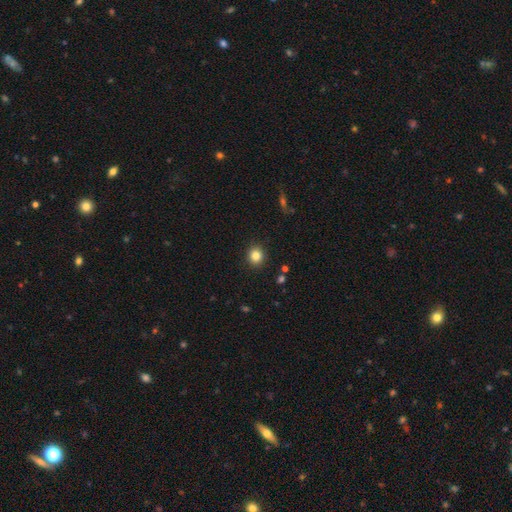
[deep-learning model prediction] Smooth or featured?
  - smooth: 83% *
  - star or artifact: 11%
  - featured or disk: 5%
How rounded?
  - round: 84% *
  - in between: 15%
  - cigar-shaped: 1%
Merging?
  - none: 91% *
  - minor disturbance: 6%
  - major disturbance: 2%
  - merger: 1%